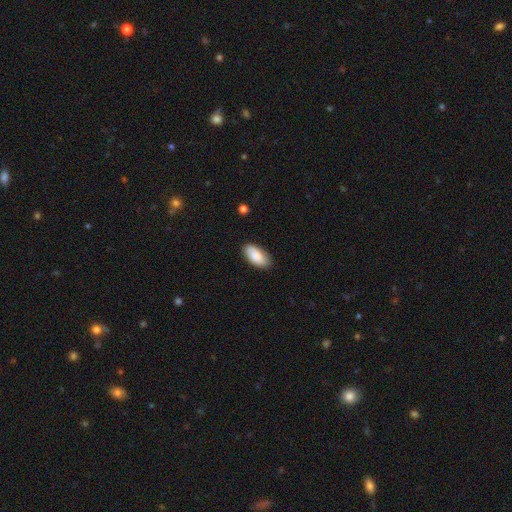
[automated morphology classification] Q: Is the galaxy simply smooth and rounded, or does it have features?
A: smooth — 86%.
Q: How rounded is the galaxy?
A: in between — 93%.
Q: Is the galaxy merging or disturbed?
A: none — 84%.